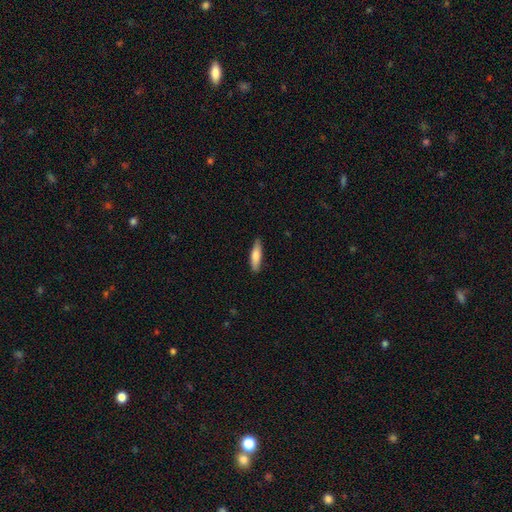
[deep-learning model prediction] Smooth or featured? Predicted: smooth (p=0.76). How rounded? Predicted: cigar-shaped (p=0.69). Merging? Predicted: none (p=0.86).